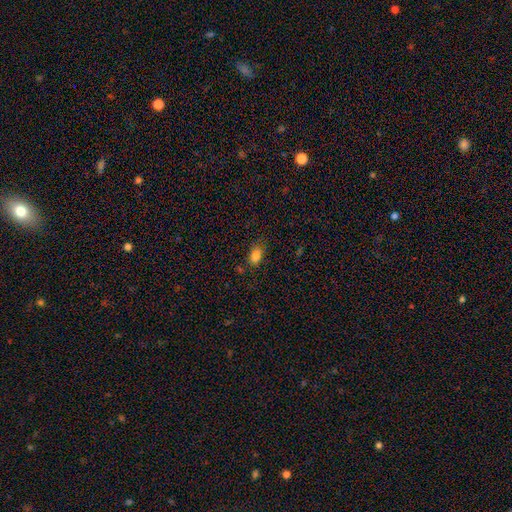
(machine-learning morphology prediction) A smooth galaxy with no disk features (84%) that is in between round and cigar-shaped (87%). Merging: none (71%).